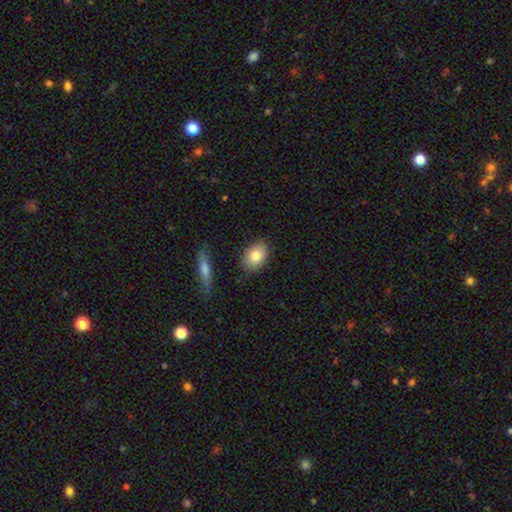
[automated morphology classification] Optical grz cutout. It shows a smooth galaxy with no disk features (82%) that is in between round and cigar-shaped (81%). Merging: none (84%).